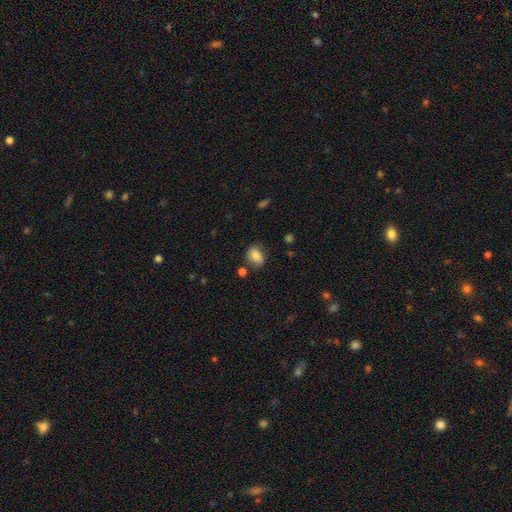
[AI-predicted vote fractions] This appears to be a smooth galaxy with no disk features (81%) that is in between round and cigar-shaped (76%). Merging: none (70%).